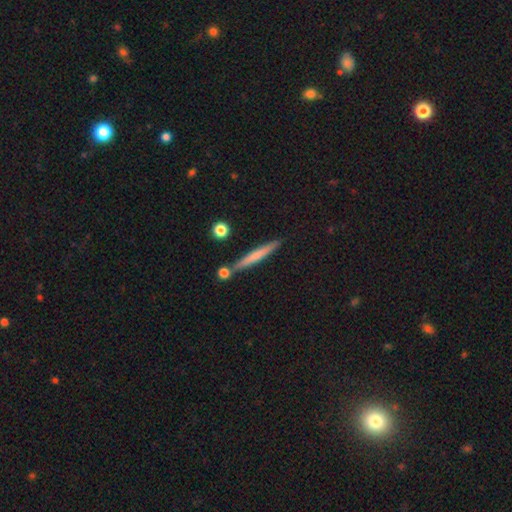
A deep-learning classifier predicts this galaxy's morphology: type=smooth (55%); roundness=cigar-shaped (95%); merging=none (81%).